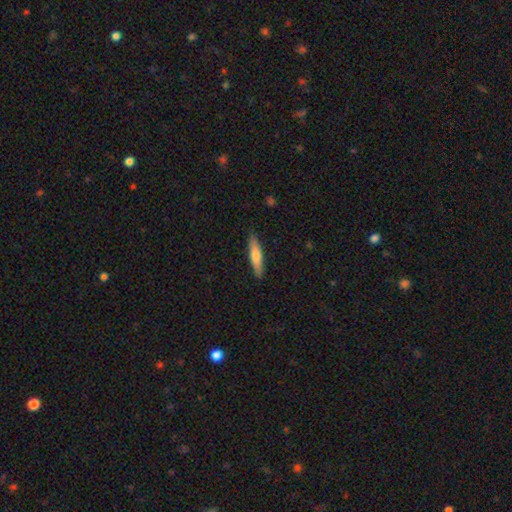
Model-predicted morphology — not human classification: The model was most divided on "smooth or featured": smooth: 65%, featured or disk: 30%, star or artifact: 6%. More confident: merging — none (90%); how rounded — cigar-shaped (84%).